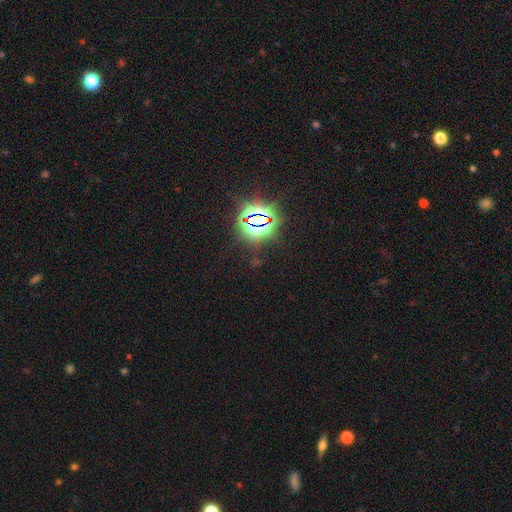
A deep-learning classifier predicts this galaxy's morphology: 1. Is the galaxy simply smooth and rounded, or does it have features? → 82% star or artifact, 11% smooth, 7% featured or disk.